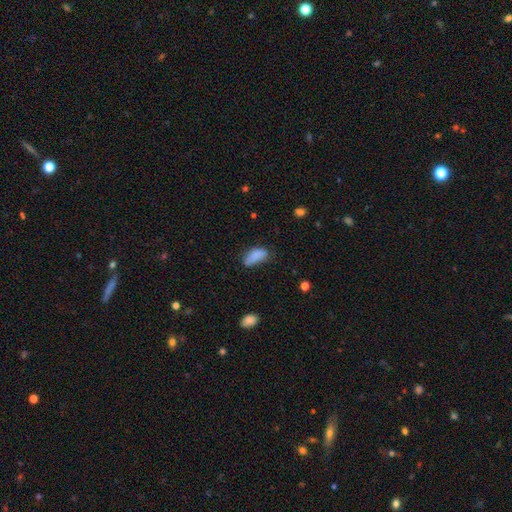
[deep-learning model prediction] This is clearly a smooth galaxy (82%). How rounded: clearly in between (83%). Merging: marginally none (45%).